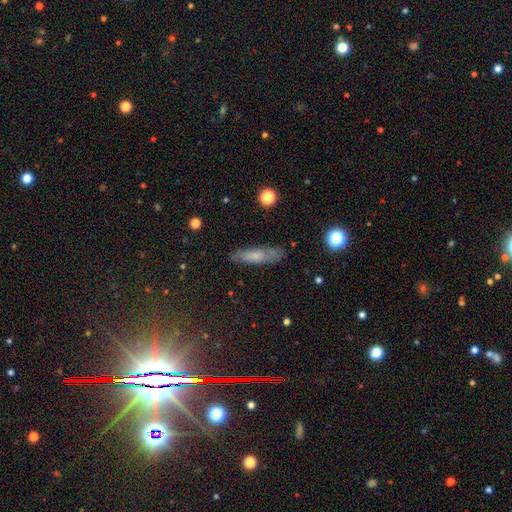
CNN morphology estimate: type=smooth (57%); roundness=cigar-shaped (72%); merging=none (79%).